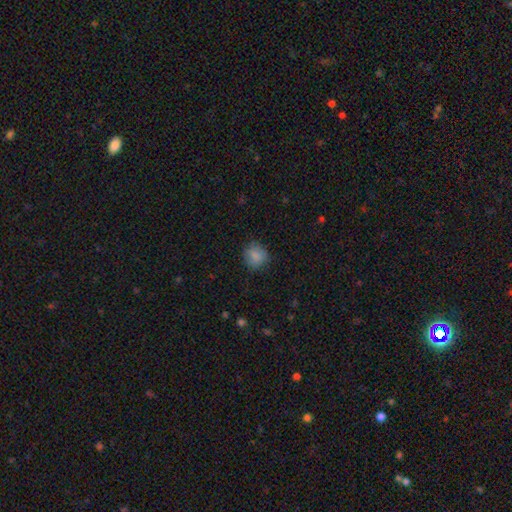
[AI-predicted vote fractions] smooth_or_featured: smooth (p=0.84) [alt: star or artifact p=0.09]
how_rounded: round (p=0.79) [alt: in between p=0.20]
merging: none (p=0.80) [alt: minor disturbance p=0.15]